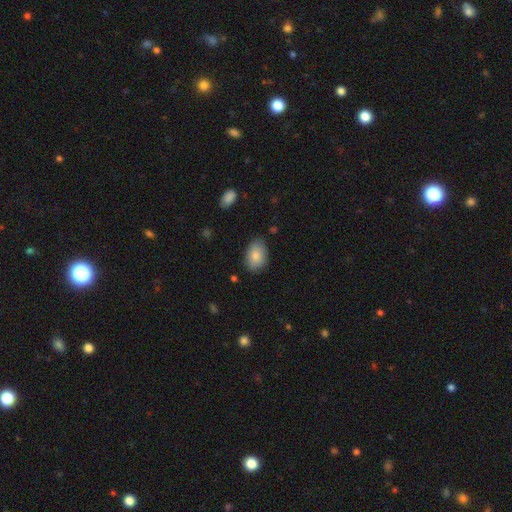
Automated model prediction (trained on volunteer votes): Smooth or featured: smooth — 85% (featured or disk — 9%)
How rounded: in between — 88% (round — 11%)
Merging: none — 80% (minor disturbance — 16%)